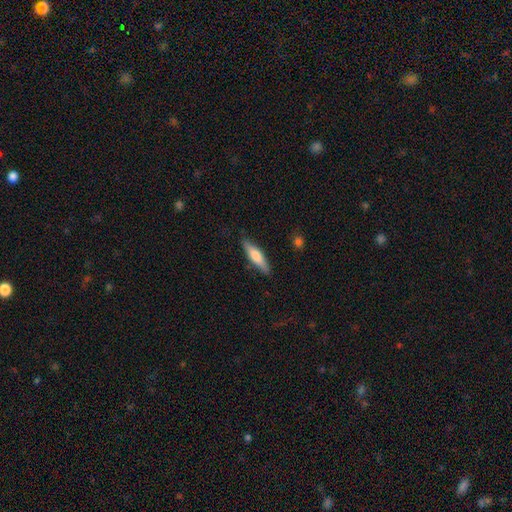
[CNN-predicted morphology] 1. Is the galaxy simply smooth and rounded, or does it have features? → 64% smooth, 31% featured or disk, 6% star or artifact.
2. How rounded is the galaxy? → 74% cigar-shaped, 25% in between, 2% round.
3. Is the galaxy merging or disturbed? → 85% none, 11% minor disturbance, 2% major disturbance, 1% merger.